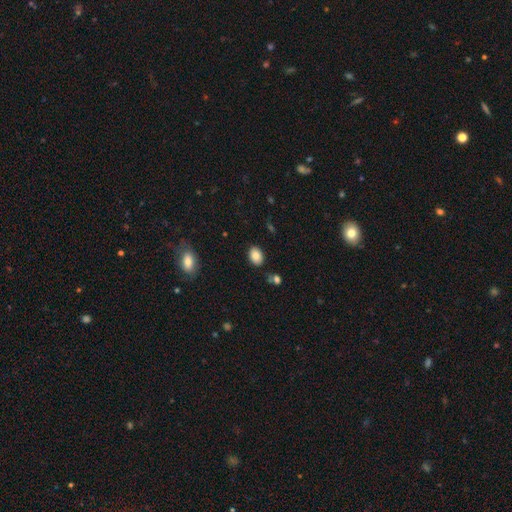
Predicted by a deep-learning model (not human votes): smooth_or_featured: smooth (p=0.85) [alt: star or artifact p=0.08]
how_rounded: in between (p=0.77) [alt: round p=0.22]
merging: none (p=0.85) [alt: minor disturbance p=0.10]